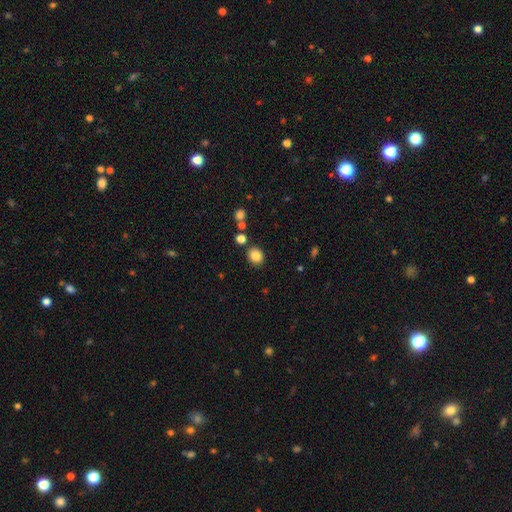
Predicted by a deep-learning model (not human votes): The model was most divided on "how rounded": round: 66%, in between: 33%, cigar-shaped: 1%. More confident: smooth or featured — smooth (84%); merging — none (84%).